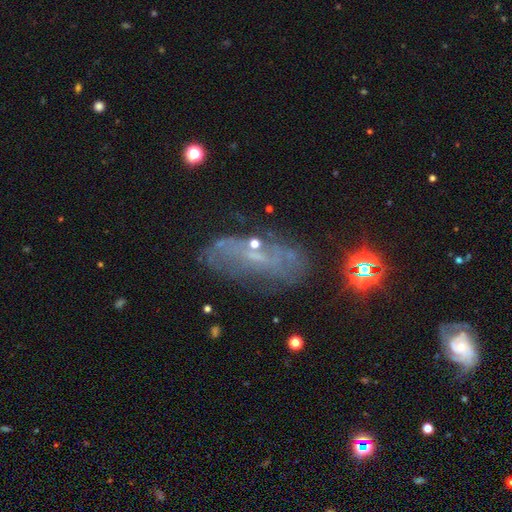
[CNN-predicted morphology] featured or disk 57%, smooth 25%, star or artifact 19%. Down the decision tree: edge-on disk — no (84%); merging — none (60%).